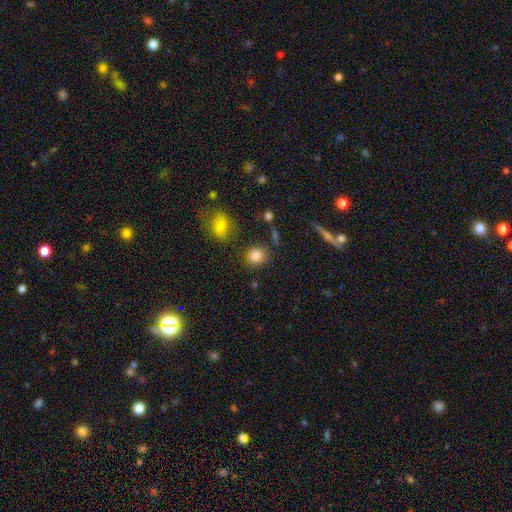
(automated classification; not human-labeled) A smooth galaxy with no disk features (85%) that is round (84%).

Vote fractions:
- Smooth or featured? smooth: 85% / star or artifact: 10% / featured or disk: 6%
- How rounded? round: 84% / in between: 15% / cigar-shaped: 1%
- Merging? none: 79% / minor disturbance: 12% / merger: 5% / major disturbance: 4%